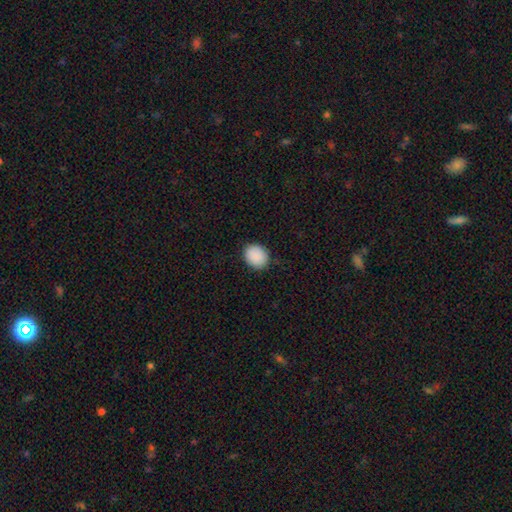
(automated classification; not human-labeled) smooth-or-featured: smooth: 90% | star or artifact: 8% | featured or disk: 3%
  how-rounded: round: 60% | in between: 39% | cigar-shaped: 1%
  merging: none: 88% | minor disturbance: 9% | major disturbance: 2% | merger: 1%